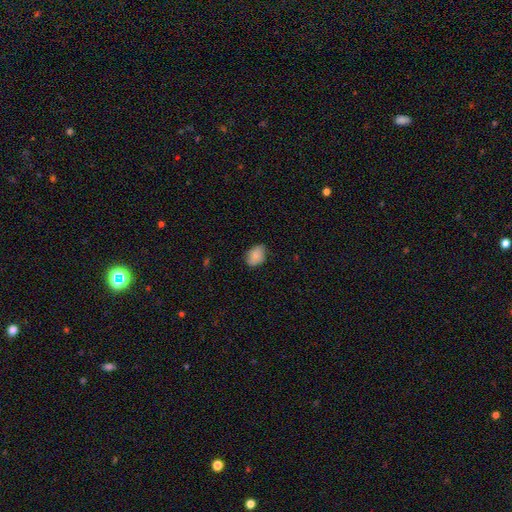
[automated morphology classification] A smooth galaxy with no disk features (84%) that is in between round and cigar-shaped (73%). Merging: none (73%).